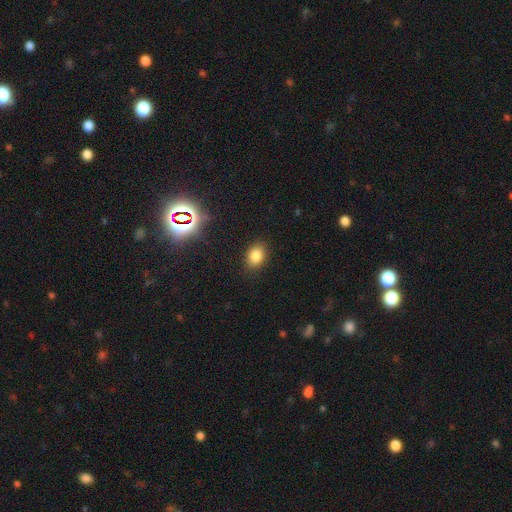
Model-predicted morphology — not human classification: smooth_or_featured: smooth (p=0.81) [alt: star or artifact p=0.13]
how_rounded: in between (p=0.73) [alt: round p=0.25]
merging: none (p=0.86) [alt: minor disturbance p=0.10]